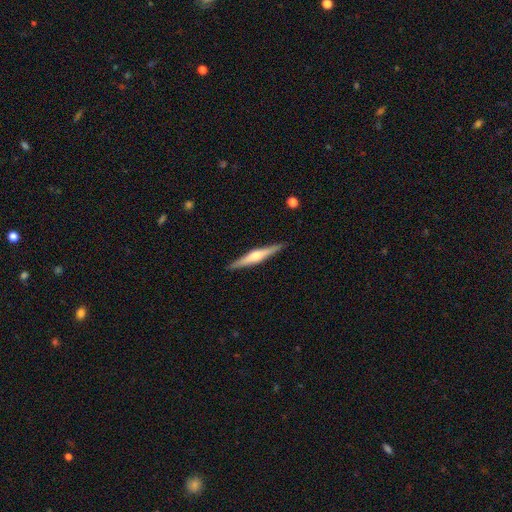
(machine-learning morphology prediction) Smooth or featured?
  - featured or disk: 70% *
  - smooth: 25%
  - star or artifact: 5%
Edge-on disk?
  - yes: 98% *
  - no: 2%
Edge-on bulge?
  - rounded: 89% *
  - boxy: 7%
  - none: 5%
Merging?
  - none: 91% *
  - minor disturbance: 7%
  - major disturbance: 1%
  - merger: 1%